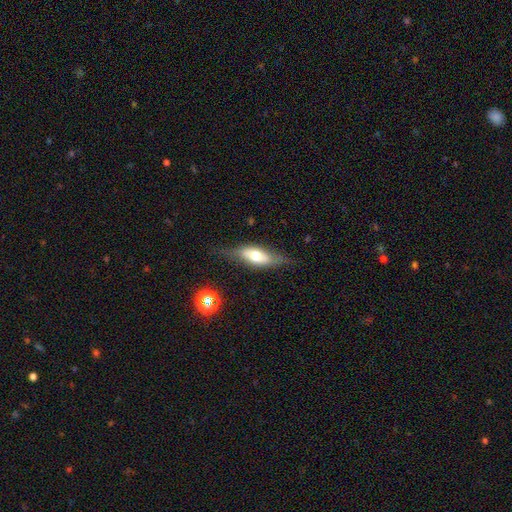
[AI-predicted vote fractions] This is possibly a smooth galaxy (48%). Merging: likely none (68%).